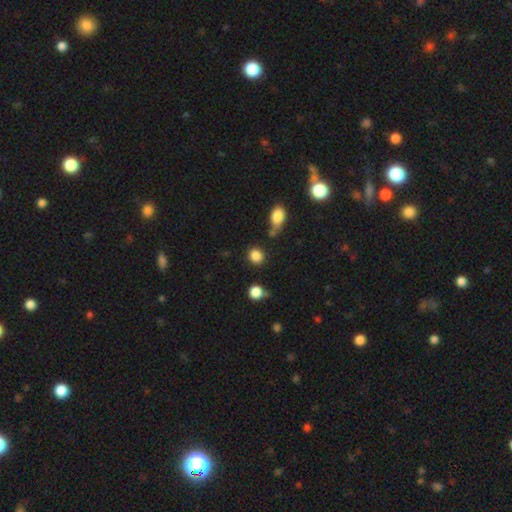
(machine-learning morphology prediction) A smooth galaxy with no disk features (85%) that is round (78%). Merging: none (81%).